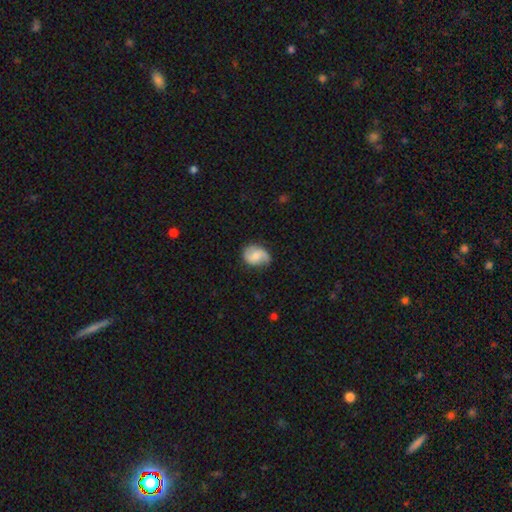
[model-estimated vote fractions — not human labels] The model was most divided on "smooth or featured": featured or disk: 48%, smooth: 45%, star or artifact: 7%. More confident: merging — none (66%).